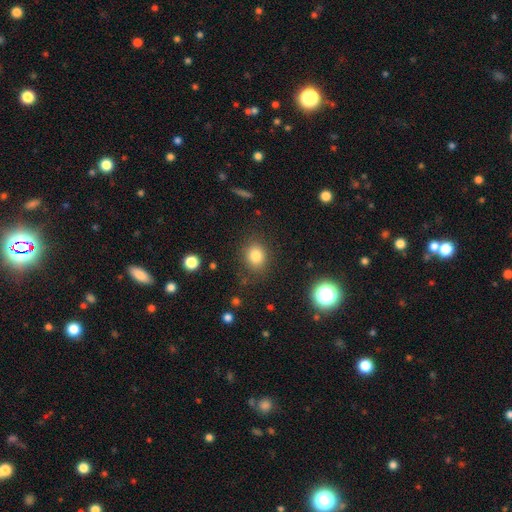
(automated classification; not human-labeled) Overall: smooth (81%). How rounded: round (67%; in between 32%). Merging: none (83%).